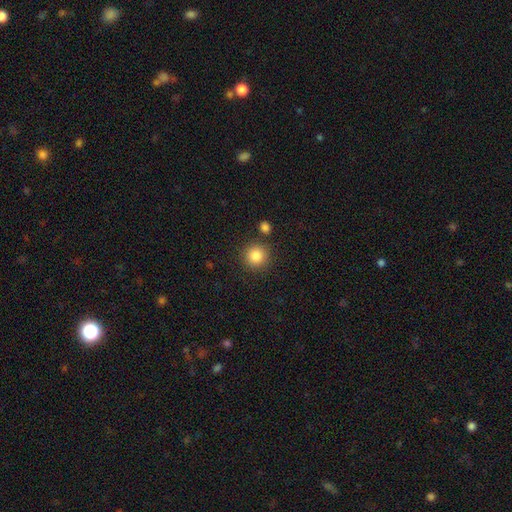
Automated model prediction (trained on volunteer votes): Smooth or featured? Predicted: smooth (p=0.86). How rounded? Predicted: round (p=0.93). Merging? Predicted: none (p=0.85).